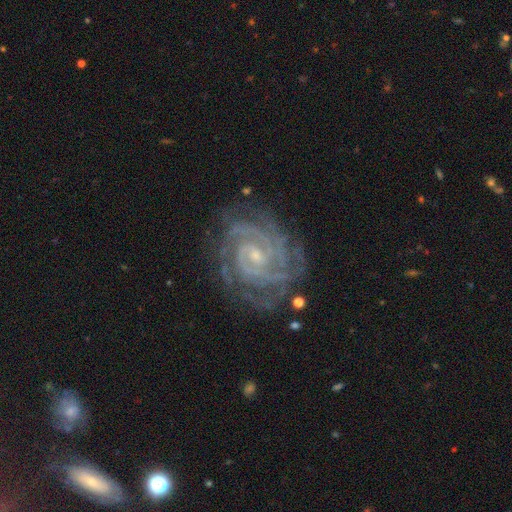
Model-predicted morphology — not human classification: smooth_or_featured: featured or disk (p=0.92) [alt: star or artifact p=0.05]
disk_edge_on: no (p=0.98) [alt: yes p=0.02]
bar: no (p=0.48) [alt: weak p=0.39]
has_spiral_arms: yes (p=0.99) [alt: no p=0.01]
spiral_winding: tight (p=0.80) [alt: medium p=0.18]
spiral_arm_count: 2 (p=0.34) [alt: 3 p=0.23]
bulge_size: small (p=0.71) [alt: moderate p=0.23]
merging: none (p=0.76) [alt: minor disturbance p=0.17]